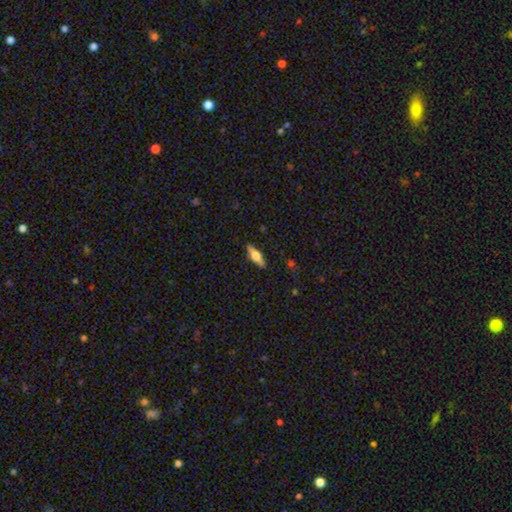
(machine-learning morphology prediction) smooth-or-featured: smooth: 50% | featured or disk: 43% | star or artifact: 6%
  how-rounded: cigar-shaped: 49% | in between: 48% | round: 3%
  merging: none: 87% | minor disturbance: 9% | major disturbance: 2% | merger: 1%